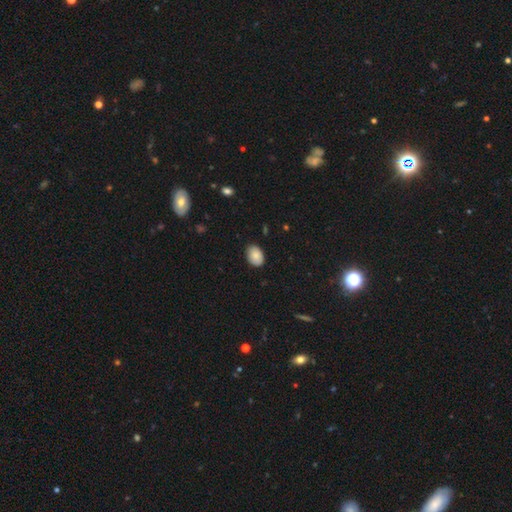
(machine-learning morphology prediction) smooth 84%, featured or disk 8%, star or artifact 8%. Down the decision tree: how rounded — in between (80%); merging — none (82%).